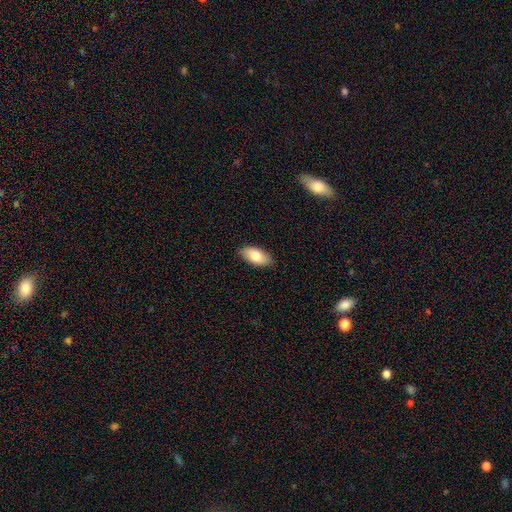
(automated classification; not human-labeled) A smooth galaxy with no disk features (80%) that is in between round and cigar-shaped (93%).

Vote fractions:
- Smooth or featured? smooth: 80% / featured or disk: 13% / star or artifact: 6%
- How rounded? in between: 93% / cigar-shaped: 4% / round: 3%
- Merging? none: 88% / minor disturbance: 9% / major disturbance: 2% / merger: 1%